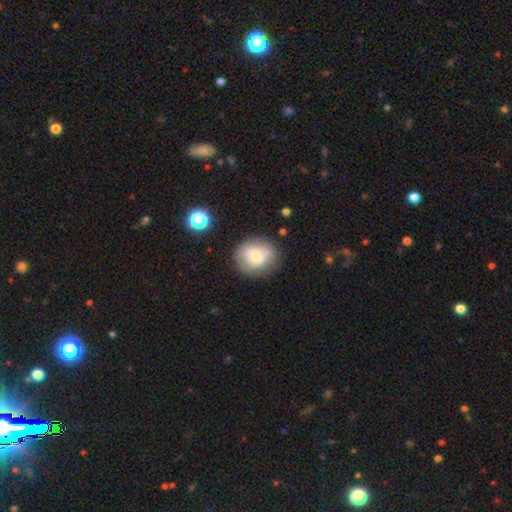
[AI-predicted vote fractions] Overall: smooth (63%; featured or disk 28%). How rounded: round (75%). Merging: none (70%).